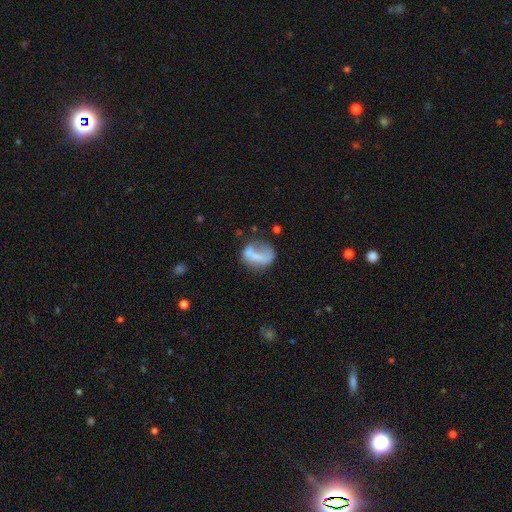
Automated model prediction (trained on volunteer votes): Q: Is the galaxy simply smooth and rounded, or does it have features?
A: smooth — 55%.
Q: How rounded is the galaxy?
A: in between — 52%.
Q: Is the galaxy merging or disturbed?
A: major disturbance — 33%.